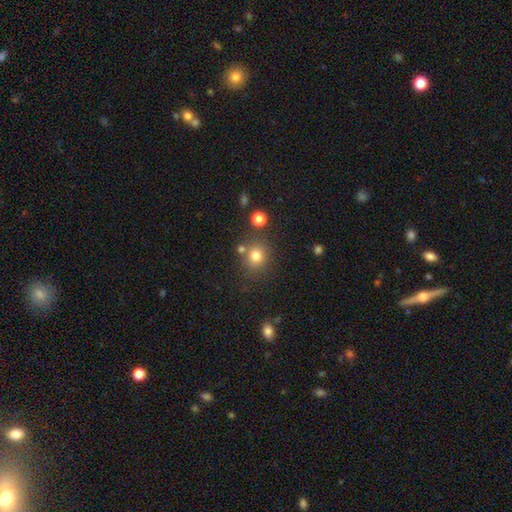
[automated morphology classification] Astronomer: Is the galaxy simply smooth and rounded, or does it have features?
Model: smooth — 78%.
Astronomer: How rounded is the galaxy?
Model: round — 86%.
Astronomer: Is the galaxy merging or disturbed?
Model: none — 76%.